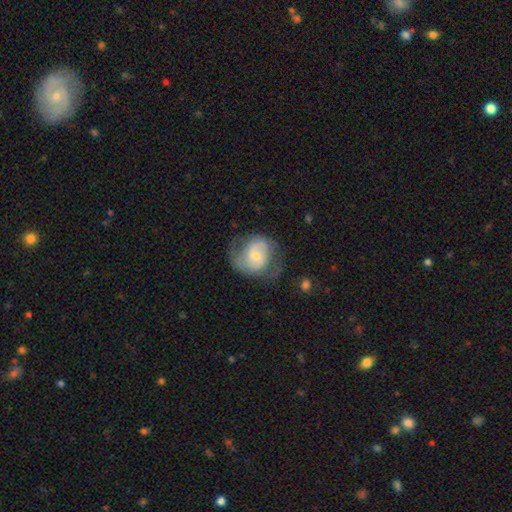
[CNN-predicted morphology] Smooth or featured?
  - featured or disk: 63% *
  - smooth: 30%
  - star or artifact: 6%
Edge-on disk?
  - no: 97% *
  - yes: 3%
Bar?
  - no: 57% *
  - weak: 35%
  - strong: 8%
Spiral arms?
  - yes: 80% *
  - no: 20%
Bulge size?
  - small: 56% *
  - moderate: 37%
  - large: 3%
  - none: 2%
  - dominant: 1%
Merging?
  - none: 48% *
  - minor disturbance: 26%
  - major disturbance: 24%
  - merger: 2%